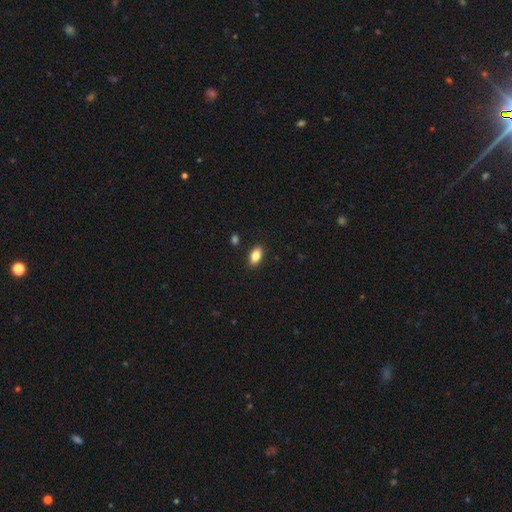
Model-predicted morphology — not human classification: Q: Smooth or featured?
A: smooth (83%); runner-up: featured or disk (9%)
Q: How rounded?
A: in between (90%); runner-up: round (6%)
Q: Merging?
A: none (88%); runner-up: minor disturbance (8%)